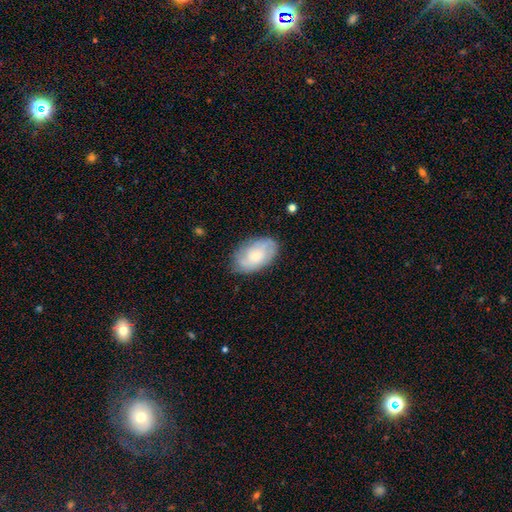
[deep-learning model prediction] smooth-or-featured: smooth: 48% | featured or disk: 44% | star or artifact: 7%
  merging: none: 77% | minor disturbance: 17% | major disturbance: 5% | merger: 1%